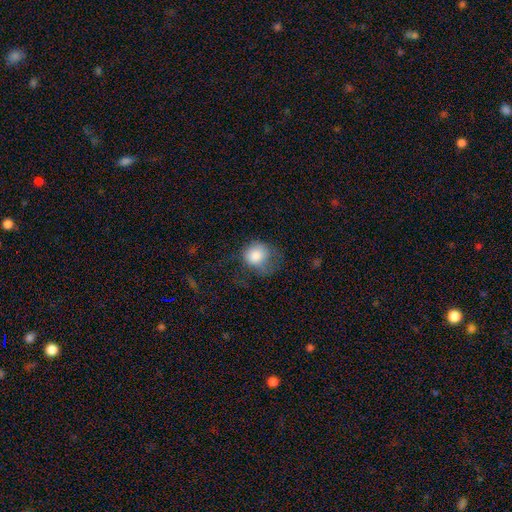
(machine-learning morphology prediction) Overall: smooth (81%). How rounded: round (73%). Merging: major disturbance (37%; none 33%).